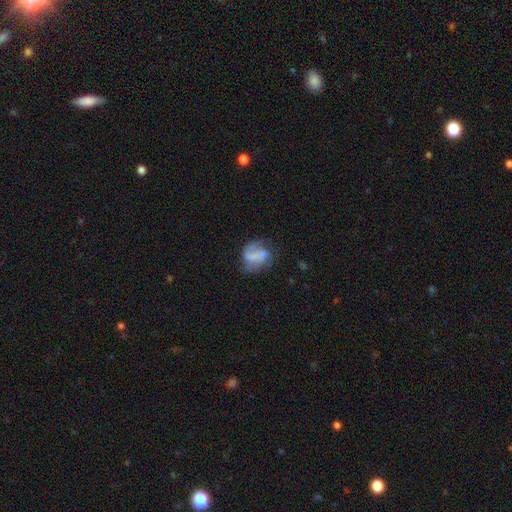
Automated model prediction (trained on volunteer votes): The model was most divided on "smooth or featured": featured or disk: 50%, smooth: 41%, star or artifact: 9%. Remaining: merging — none (44%).